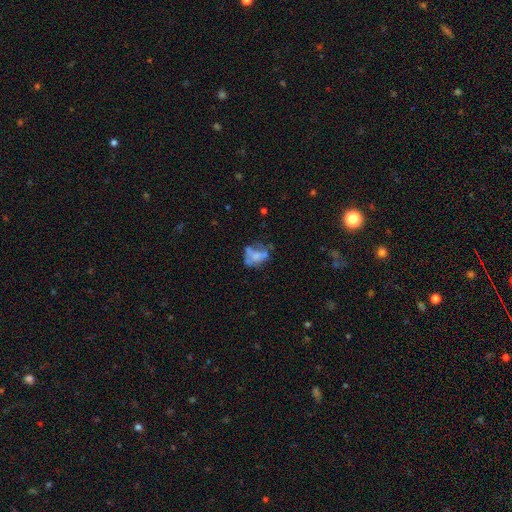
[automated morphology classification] The model was most divided on "merging": none: 32%, major disturbance: 26%, merger: 22%, minor disturbance: 20%. Remaining: smooth or featured — featured or disk (49%).